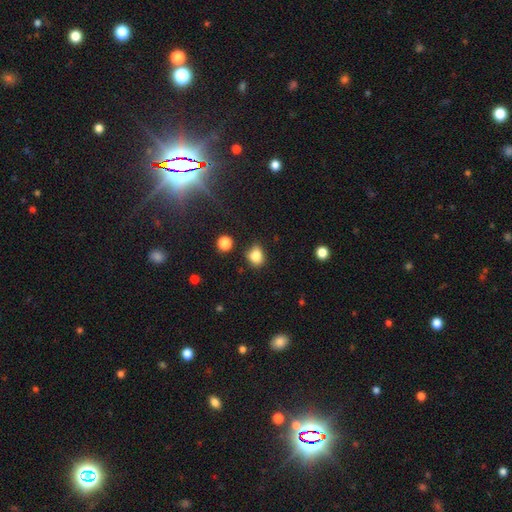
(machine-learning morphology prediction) Smooth or featured? smooth (84%)
How rounded? round (54%)
Merging? none (69%)